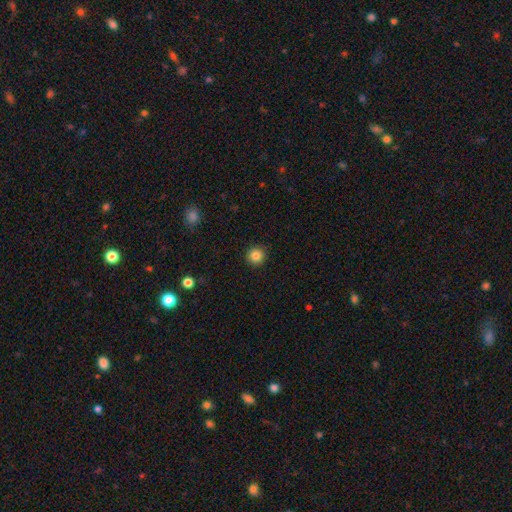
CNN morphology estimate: Smooth or featured? smooth (84%)
How rounded? round (95%)
Merging? none (92%)